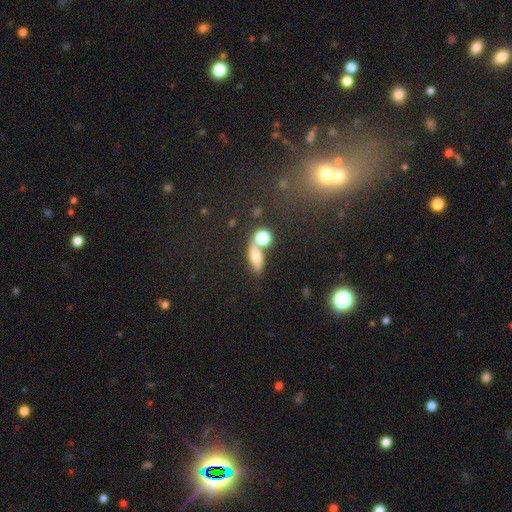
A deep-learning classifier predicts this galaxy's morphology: A smooth galaxy with no disk features (65%) that is in between round and cigar-shaped (63%).

Vote fractions:
- Smooth or featured? smooth: 65% / featured or disk: 20% / star or artifact: 15%
- How rounded? in between: 63% / round: 21% / cigar-shaped: 16%
- Merging? none: 46% / merger: 35% / minor disturbance: 12% / major disturbance: 7%